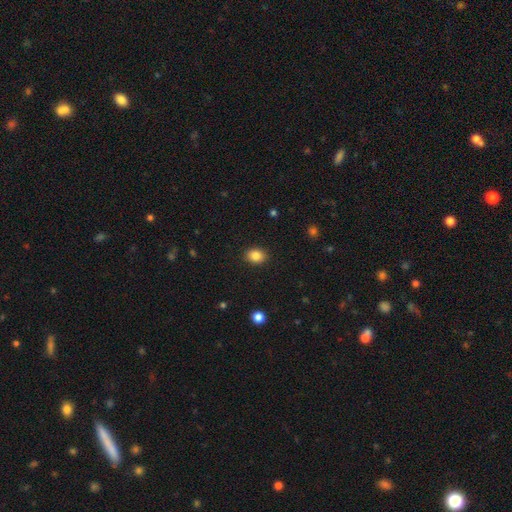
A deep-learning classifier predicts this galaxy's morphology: This appears to be a smooth galaxy with no disk features (86%) that is in between round and cigar-shaped (53%). Merging: none (90%).